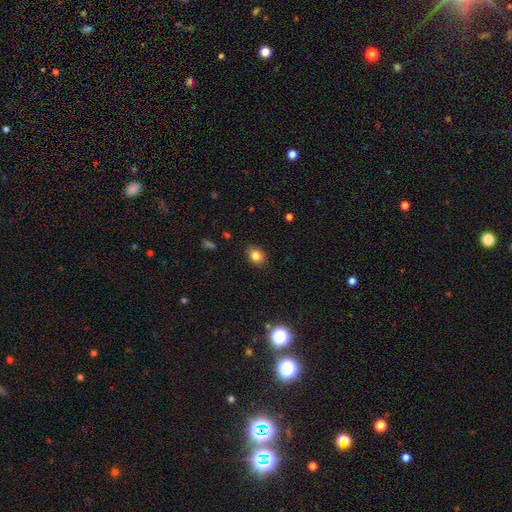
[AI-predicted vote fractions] Overall: smooth (82%). How rounded: in between (51%; round 48%). Merging: none (87%).